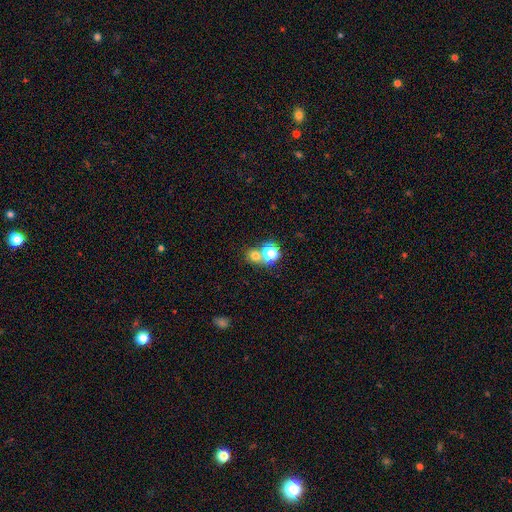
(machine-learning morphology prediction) The model was most divided on "merging": none: 54%, merger: 35%, minor disturbance: 7%, major disturbance: 4%. More confident: how rounded — round (80%); smooth or featured — smooth (68%).